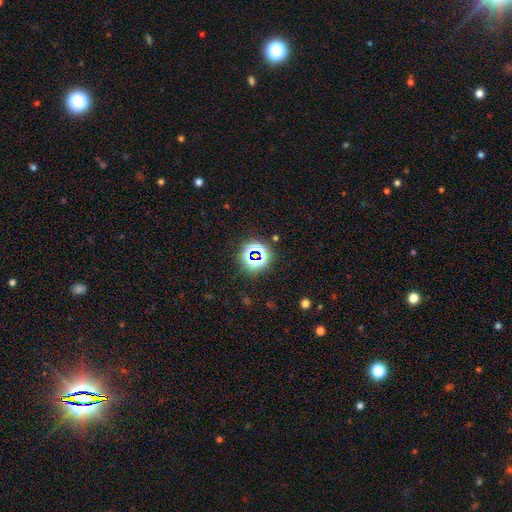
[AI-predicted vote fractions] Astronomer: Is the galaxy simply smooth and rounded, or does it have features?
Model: star or artifact — 68%.